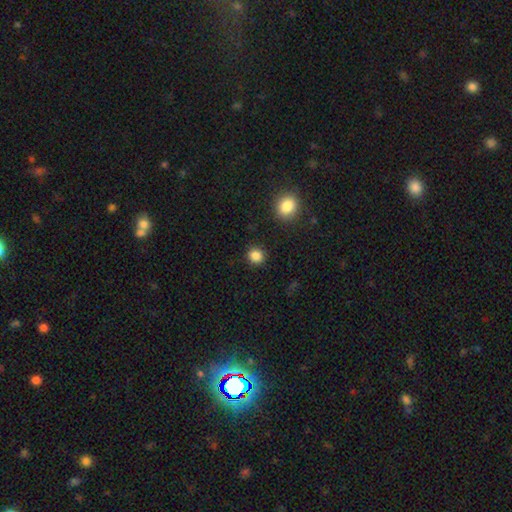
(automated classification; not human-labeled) A smooth galaxy with no disk features (85%) that is round (86%). Merging: none (90%).